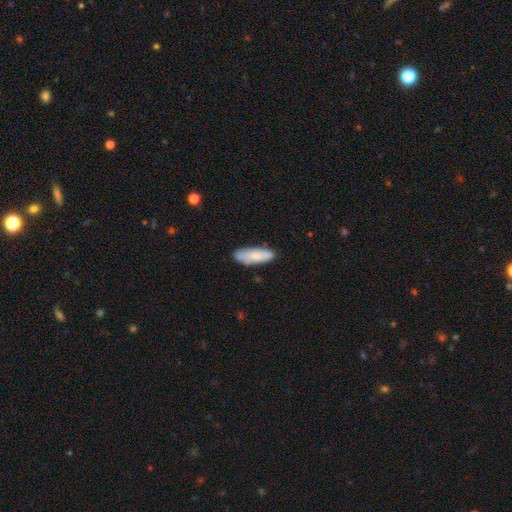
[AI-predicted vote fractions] This is clearly a smooth galaxy (81%). How rounded: possibly in between (52%). Merging: likely none (76%).